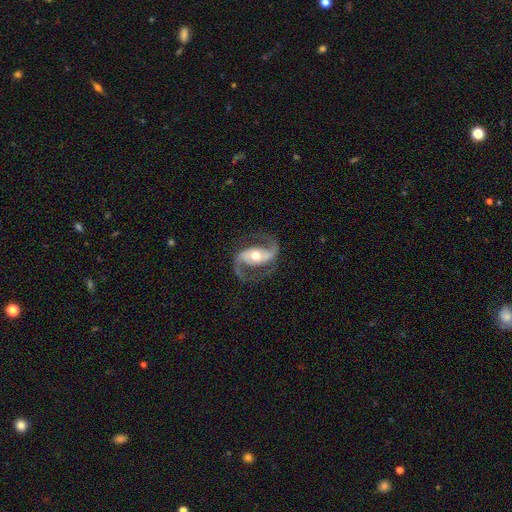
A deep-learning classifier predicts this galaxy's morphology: Q: Smooth or featured?
A: featured or disk (92%); runner-up: smooth (4%)
Q: Edge-on disk?
A: no (97%); runner-up: yes (3%)
Q: Bar?
A: no (37%); runner-up: weak (33%)
Q: Spiral arms?
A: yes (98%); runner-up: no (2%)
Q: Spiral winding?
A: medium (54%); runner-up: loose (36%)
Q: Spiral arm count?
A: 2 (94%); runner-up: can't tell (1%)
Q: Bulge size?
A: moderate (72%); runner-up: small (16%)
Q: Merging?
A: none (80%); runner-up: minor disturbance (11%)